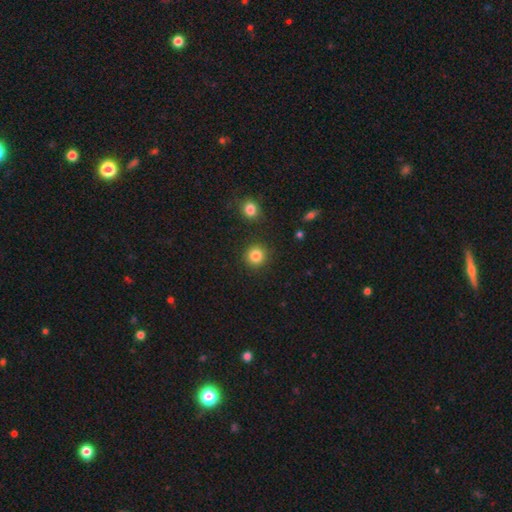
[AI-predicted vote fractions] The model was most divided on "smooth or featured": smooth: 84%, star or artifact: 11%, featured or disk: 5%. More confident: how rounded — round (92%); merging — none (88%).